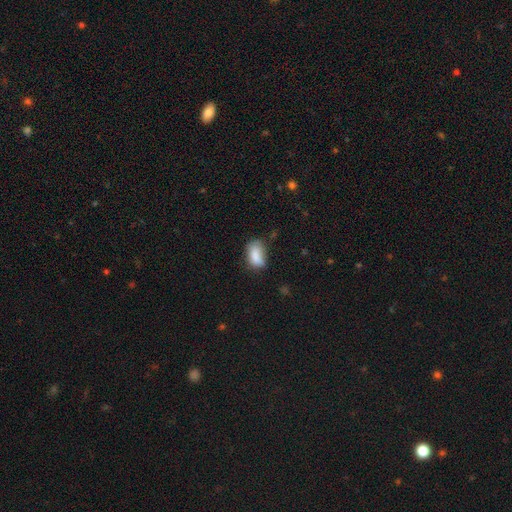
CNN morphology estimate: Smooth or featured? smooth (81%)
How rounded? in between (87%)
Merging? none (45%)